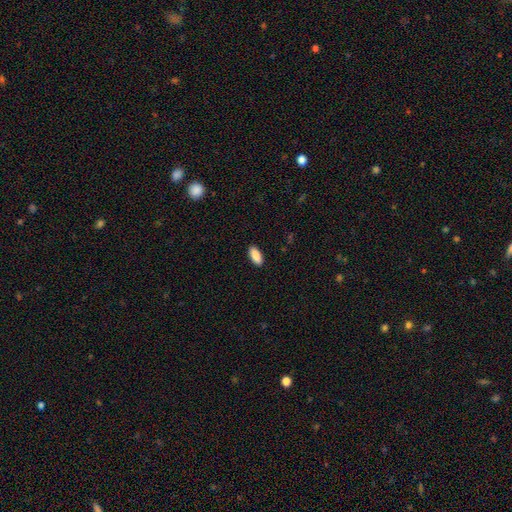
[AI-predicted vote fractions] Q: Smooth or featured?
A: smooth (90%); runner-up: star or artifact (6%)
Q: How rounded?
A: in between (87%); runner-up: cigar-shaped (11%)
Q: Merging?
A: none (90%); runner-up: minor disturbance (7%)